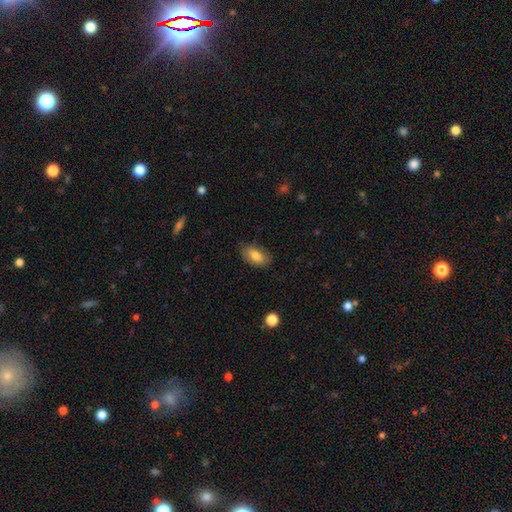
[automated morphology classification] Smooth or featured: smooth — 80% (featured or disk — 13%)
How rounded: in between — 91% (round — 6%)
Merging: none — 81% (minor disturbance — 15%)